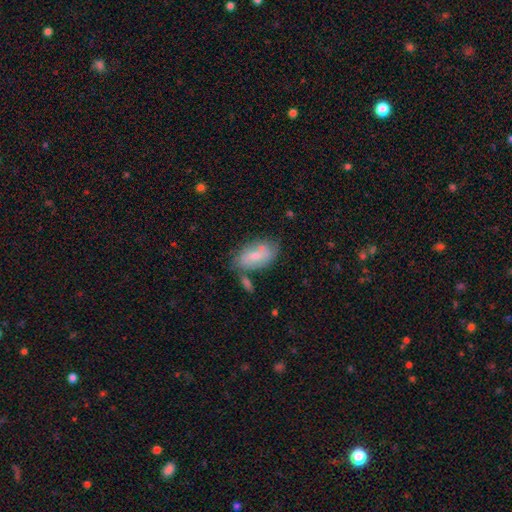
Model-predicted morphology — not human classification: A smooth galaxy with no disk features (67%) that is in between round and cigar-shaped (92%).

Vote fractions:
- Smooth or featured? smooth: 67% / featured or disk: 26% / star or artifact: 7%
- How rounded? in between: 92% / round: 5% / cigar-shaped: 3%
- Merging? none: 56% / minor disturbance: 22% / merger: 15% / major disturbance: 7%